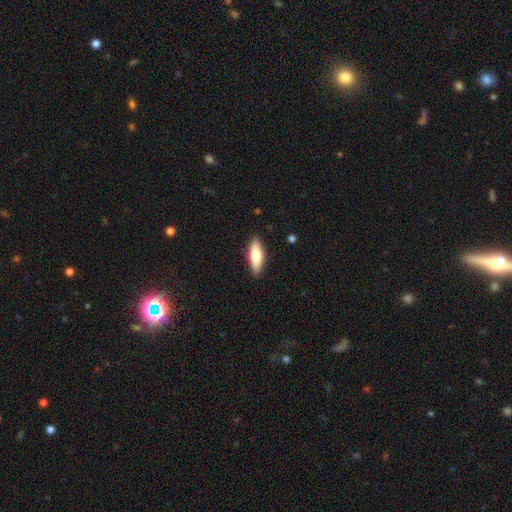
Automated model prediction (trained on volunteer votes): Smooth or featured? Predicted: smooth (p=0.68). How rounded? Predicted: in between (p=0.58). Merging? Predicted: none (p=0.88).